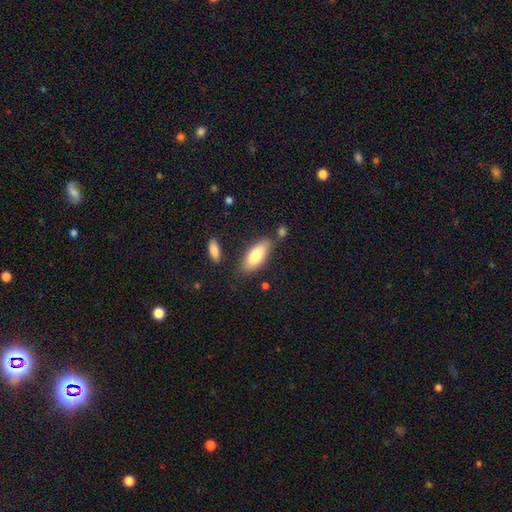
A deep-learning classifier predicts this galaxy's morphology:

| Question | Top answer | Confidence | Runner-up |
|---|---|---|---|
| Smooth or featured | smooth | 78% | featured or disk (16%) |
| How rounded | in between | 81% | cigar-shaped (17%) |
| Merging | none | 73% | minor disturbance (16%) |